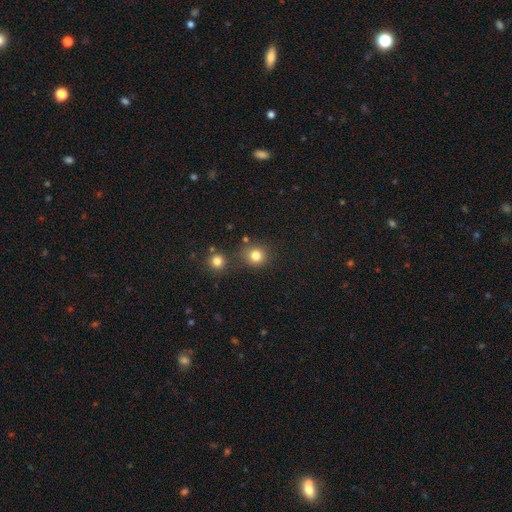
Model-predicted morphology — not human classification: smooth_or_featured: smooth (p=0.81) [alt: star or artifact p=0.14]
how_rounded: round (p=0.89) [alt: in between p=0.10]
merging: none (p=0.78) [alt: merger p=0.10]